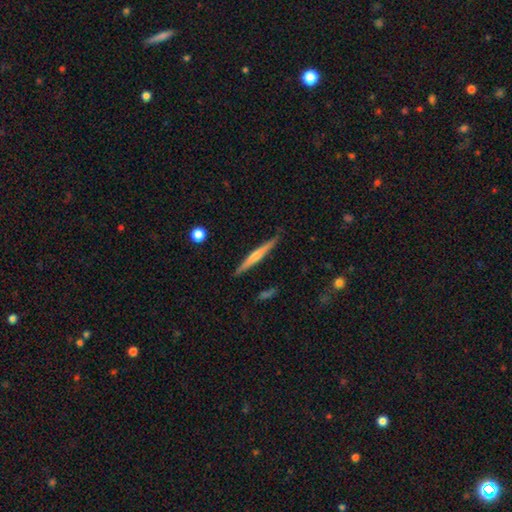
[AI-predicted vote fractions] smooth-or-featured: featured or disk: 68% | smooth: 26% | star or artifact: 6%
  disk-edge-on: yes: 98% | no: 2%
    edge-on-bulge: rounded: 73% | none: 19% | boxy: 7%
  merging: none: 89% | minor disturbance: 8% | major disturbance: 1% | merger: 1%